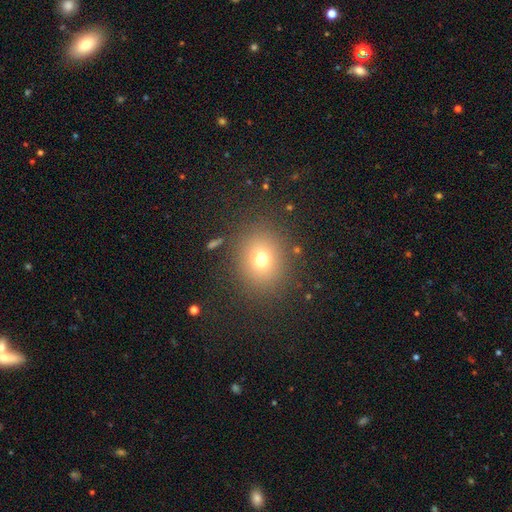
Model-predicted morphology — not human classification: smooth_or_featured: smooth (p=0.70) [alt: star or artifact p=0.19]
how_rounded: round (p=0.68) [alt: in between p=0.31]
merging: none (p=0.85) [alt: minor disturbance p=0.08]